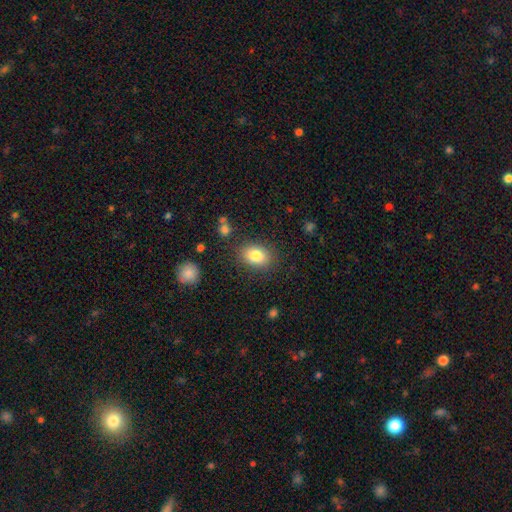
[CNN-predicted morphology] Smooth or featured? Predicted: smooth (p=0.83). How rounded? Predicted: in between (p=0.75). Merging? Predicted: none (p=0.83).